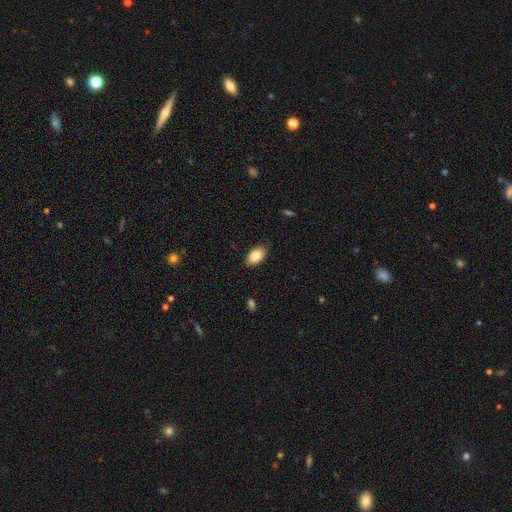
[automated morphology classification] smooth 85%, featured or disk 8%, star or artifact 7%. Down the decision tree: how rounded — in between (93%); merging — none (85%).